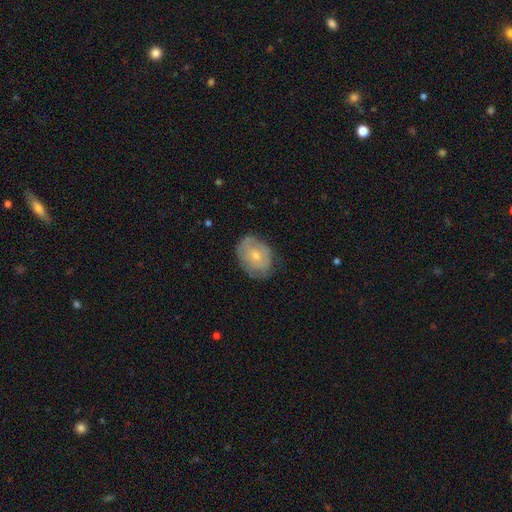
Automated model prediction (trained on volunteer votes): Smooth or featured? Predicted: smooth (p=0.51). How rounded? Predicted: in between (p=0.66). Merging? Predicted: none (p=0.65).